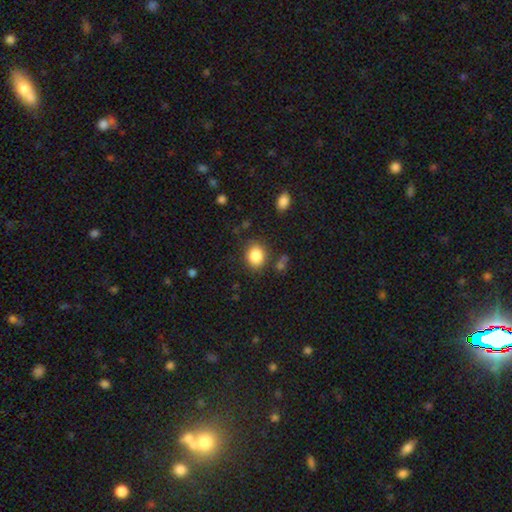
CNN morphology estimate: type=smooth (85%); roundness=round (57%); merging=none (82%).